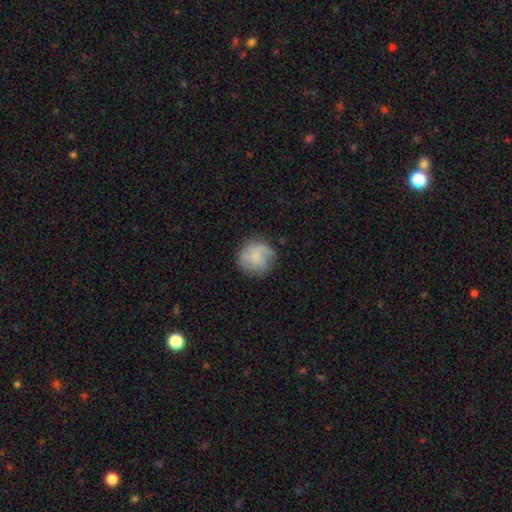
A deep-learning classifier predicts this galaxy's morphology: Overall: smooth (50%; featured or disk 42%). How rounded: round (88%). Merging: none (70%).